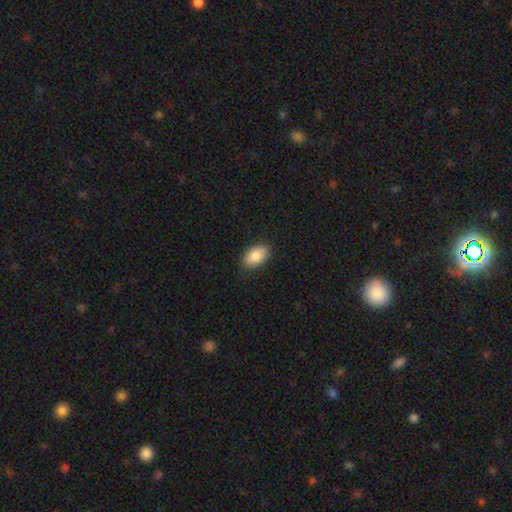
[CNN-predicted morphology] Overall: smooth (86%). How rounded: in between (92%). Merging: none (86%).